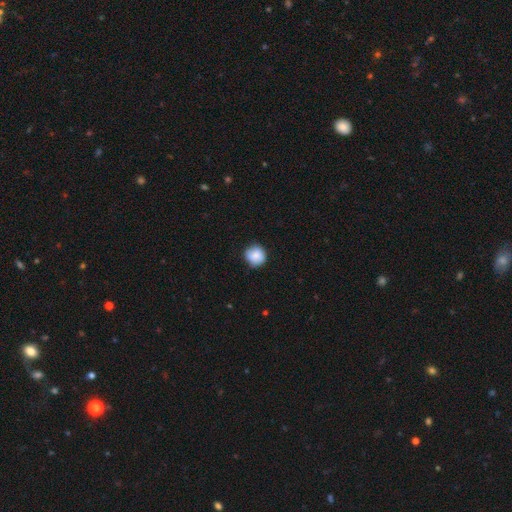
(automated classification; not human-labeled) This is likely a smooth galaxy (79%). How rounded: clearly round (90%). Merging: likely none (80%).